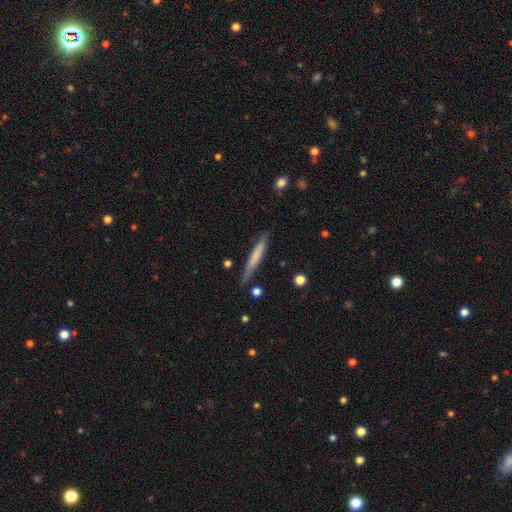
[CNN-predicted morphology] This is likely a smooth galaxy (62%). How rounded: clearly cigar-shaped (95%). Merging: clearly none (82%).